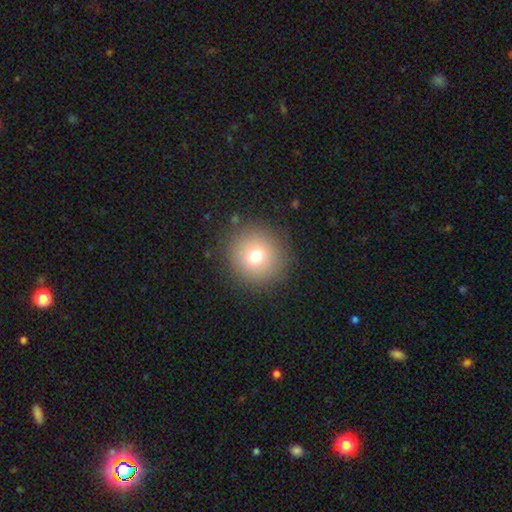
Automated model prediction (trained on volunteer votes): The model was most divided on "smooth or featured": smooth: 72%, featured or disk: 14%, star or artifact: 14%. More confident: how rounded — round (94%); merging — none (89%).